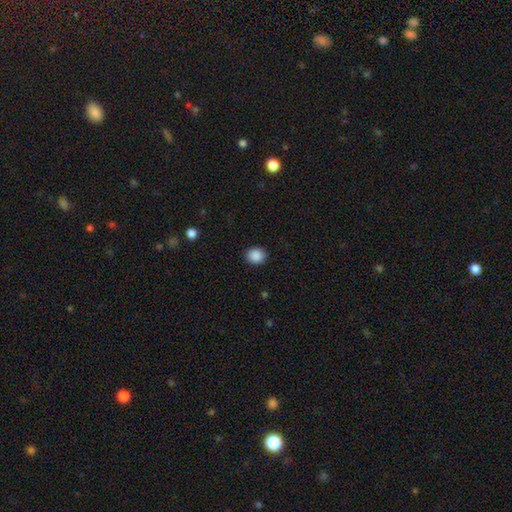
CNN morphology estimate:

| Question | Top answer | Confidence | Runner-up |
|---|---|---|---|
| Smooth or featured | smooth | 89% | star or artifact (9%) |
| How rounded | round | 73% | in between (26%) |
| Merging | none | 90% | minor disturbance (7%) |